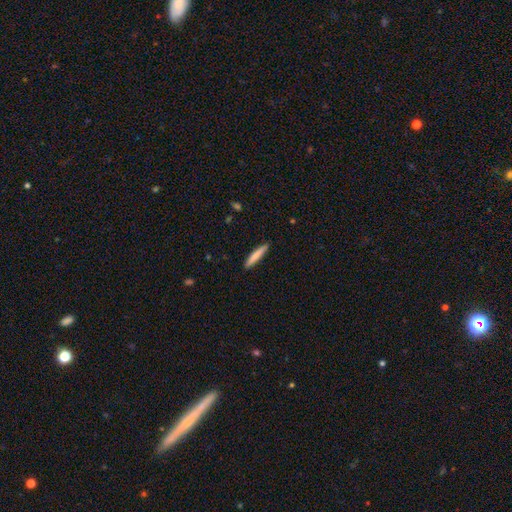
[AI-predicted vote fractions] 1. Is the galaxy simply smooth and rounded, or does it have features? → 76% smooth, 18% featured or disk, 6% star or artifact.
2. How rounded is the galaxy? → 93% cigar-shaped, 6% in between, 1% round.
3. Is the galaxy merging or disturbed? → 91% none, 7% minor disturbance, 1% major disturbance, 1% merger.